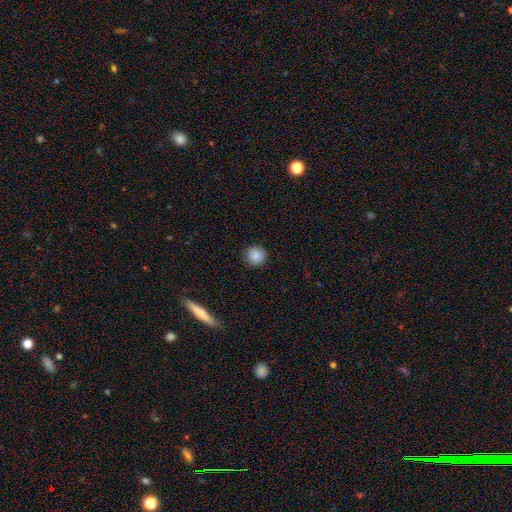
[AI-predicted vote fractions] A smooth galaxy with no disk features (87%) that is round (92%).

Vote fractions:
- Smooth or featured? smooth: 87% / star or artifact: 9% / featured or disk: 4%
- How rounded? round: 92% / in between: 7% / cigar-shaped: 1%
- Merging? none: 90% / minor disturbance: 7% / major disturbance: 2% / merger: 1%